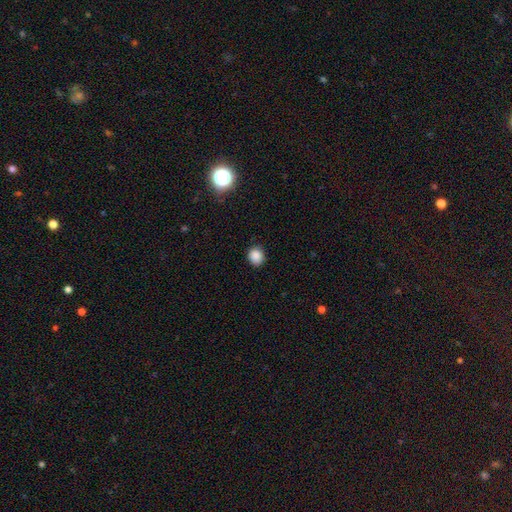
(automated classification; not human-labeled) Morphology: type=smooth (87%); roundness=round (79%); merging=none (86%).